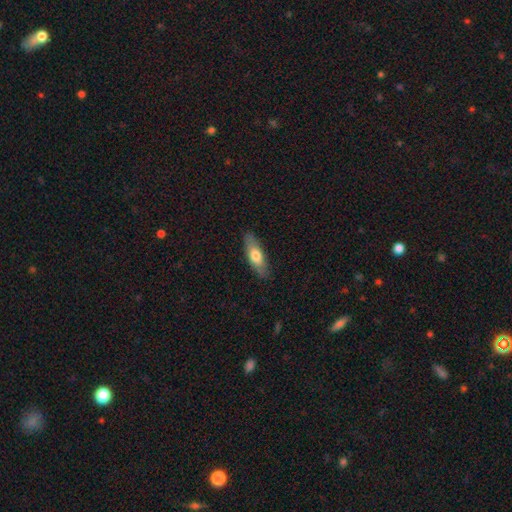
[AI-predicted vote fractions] A smooth galaxy with no disk features (68%) that is in between round and cigar-shaped (59%).

Vote fractions:
- Smooth or featured? smooth: 68% / featured or disk: 26% / star or artifact: 6%
- How rounded? in between: 59% / cigar-shaped: 39% / round: 2%
- Merging? none: 85% / minor disturbance: 12% / major disturbance: 2% / merger: 1%